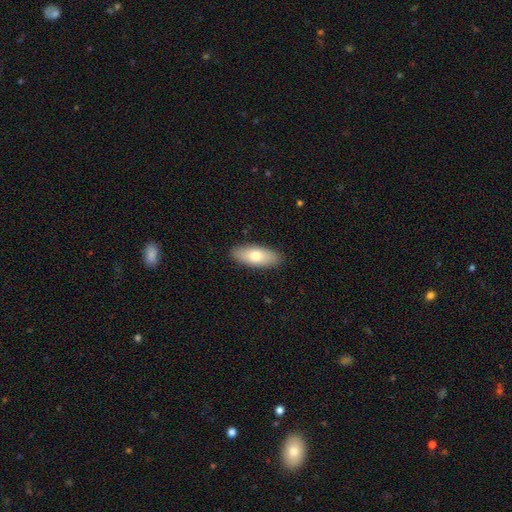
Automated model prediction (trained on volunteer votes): Smooth or featured? smooth (73%)
How rounded? in between (75%)
Merging? none (89%)